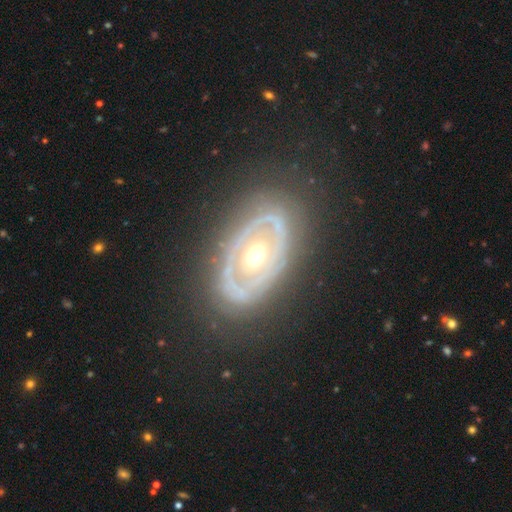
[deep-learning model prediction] smooth-or-featured: featured or disk: 74% | smooth: 20% | star or artifact: 5%
  disk-edge-on: no: 91% | yes: 9%
    bar: no: 85% | weak: 10% | strong: 5%
    has-spiral-arms: no: 76% | yes: 24%
    bulge-size: moderate: 73% | small: 14% | large: 10% | dominant: 1% | none: 1%
  merging: none: 80% | minor disturbance: 13% | major disturbance: 6% | merger: 1%